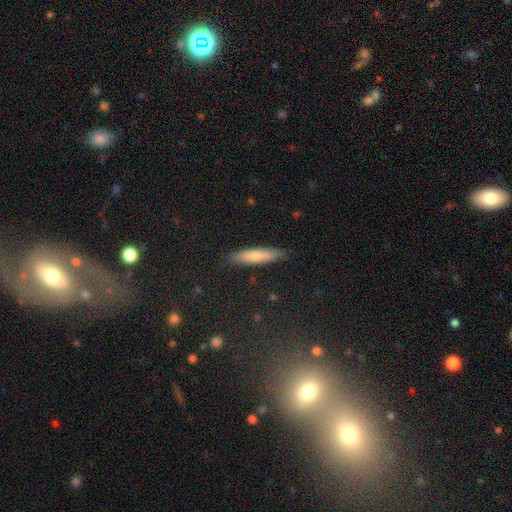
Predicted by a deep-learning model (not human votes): Smooth or featured: smooth — 69% (featured or disk — 24%)
How rounded: cigar-shaped — 78% (in between — 20%)
Merging: none — 87% (minor disturbance — 10%)